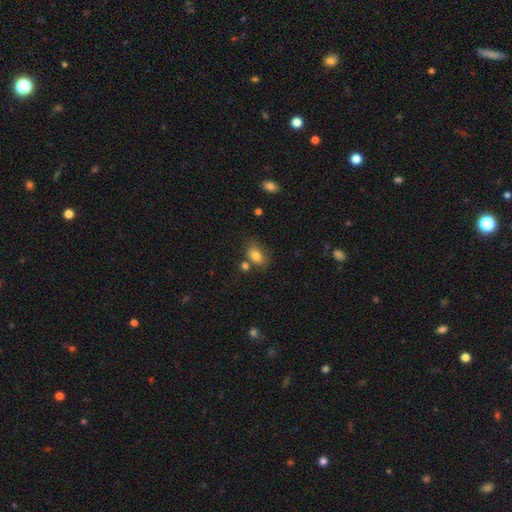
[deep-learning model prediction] smooth-or-featured: smooth: 81% | featured or disk: 10% | star or artifact: 9%
  how-rounded: in between: 84% | round: 14% | cigar-shaped: 2%
  merging: none: 62% | minor disturbance: 18% | merger: 14% | major disturbance: 6%